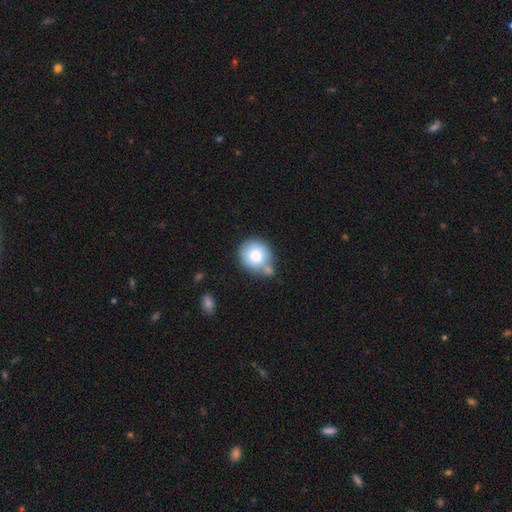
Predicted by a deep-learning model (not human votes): A smooth galaxy with no disk features (80%) that is round (83%).

Vote fractions:
- Smooth or featured? smooth: 80% / featured or disk: 13% / star or artifact: 7%
- How rounded? round: 83% / in between: 16% / cigar-shaped: 1%
- Merging? none: 49% / merger: 22% / minor disturbance: 22% / major disturbance: 7%